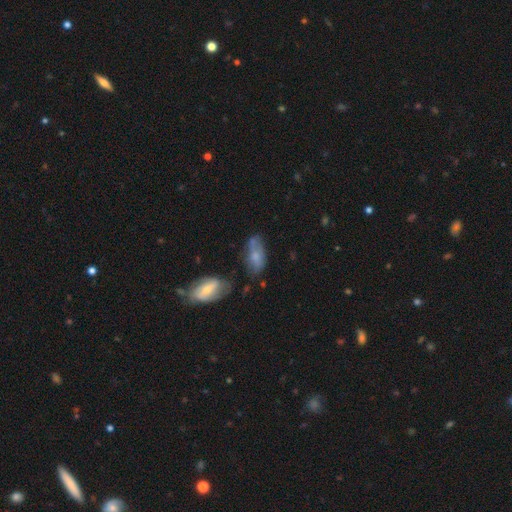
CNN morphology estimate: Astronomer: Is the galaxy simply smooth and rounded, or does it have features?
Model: smooth — 58% (runner-up: featured or disk, 34%).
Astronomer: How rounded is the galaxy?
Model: in between — 86%.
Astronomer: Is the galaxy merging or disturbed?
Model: none — 45% (runner-up: minor disturbance, 30%).